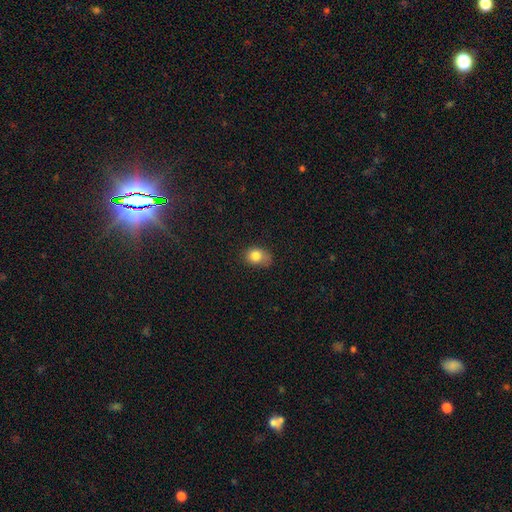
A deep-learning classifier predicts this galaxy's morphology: A smooth galaxy with no disk features (82%) that is in between round and cigar-shaped (53%).

Vote fractions:
- Smooth or featured? smooth: 82% / star or artifact: 10% / featured or disk: 8%
- How rounded? in between: 53% / round: 46% / cigar-shaped: 1%
- Merging? none: 51% / minor disturbance: 35% / major disturbance: 12% / merger: 2%